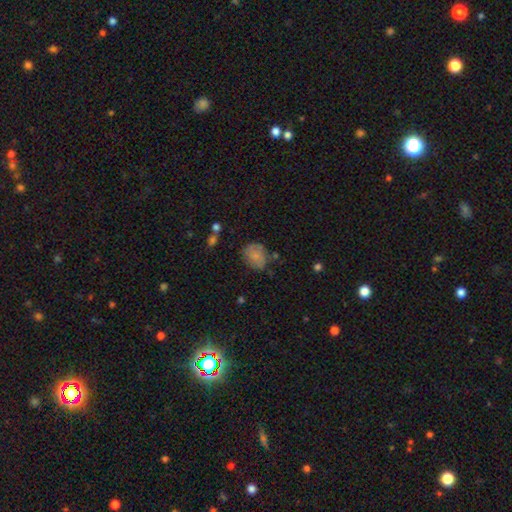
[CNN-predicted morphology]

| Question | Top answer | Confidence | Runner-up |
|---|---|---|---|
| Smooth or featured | smooth | 76% | featured or disk (15%) |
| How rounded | round | 58% | in between (41%) |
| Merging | none | 64% | minor disturbance (25%) |